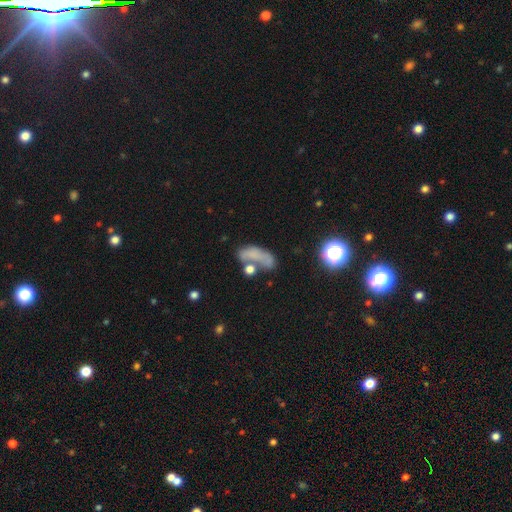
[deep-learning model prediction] smooth_or_featured: smooth (p=0.55) [alt: featured or disk p=0.26]
how_rounded: in between (p=0.73) [alt: cigar-shaped p=0.17]
merging: none (p=0.31) [alt: major disturbance p=0.25]